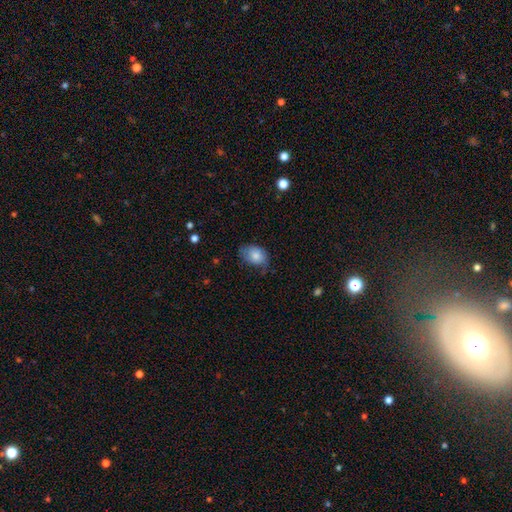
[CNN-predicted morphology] A smooth galaxy with no disk features (79%) that is in between round and cigar-shaped (80%).

Vote fractions:
- Smooth or featured? smooth: 79% / featured or disk: 14% / star or artifact: 7%
- How rounded? in between: 80% / round: 19% / cigar-shaped: 1%
- Merging? none: 55% / minor disturbance: 35% / major disturbance: 9% / merger: 2%